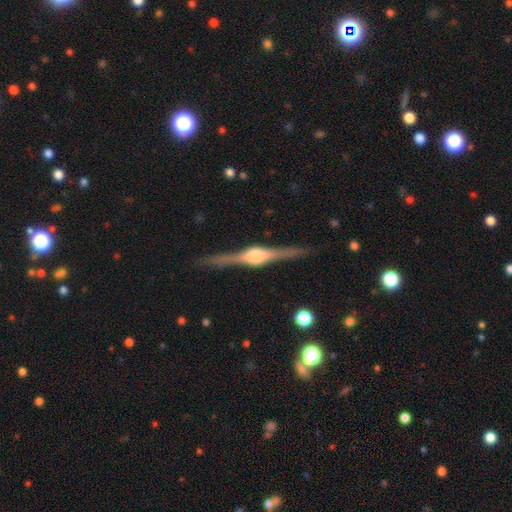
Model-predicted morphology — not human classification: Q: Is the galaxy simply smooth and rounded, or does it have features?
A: featured or disk — 88%.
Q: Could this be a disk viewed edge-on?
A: yes — 98%.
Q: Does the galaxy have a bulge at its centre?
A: rounded — 88%.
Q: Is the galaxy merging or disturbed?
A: none — 88%.